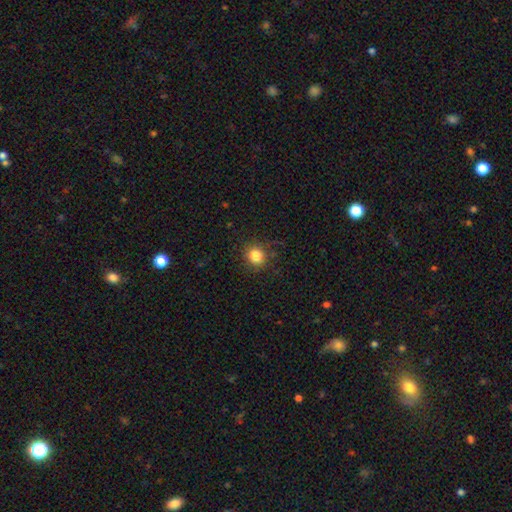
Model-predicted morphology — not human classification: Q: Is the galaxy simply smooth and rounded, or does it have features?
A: smooth — 83%.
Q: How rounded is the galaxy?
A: round — 86%.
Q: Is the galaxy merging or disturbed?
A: none — 84%.